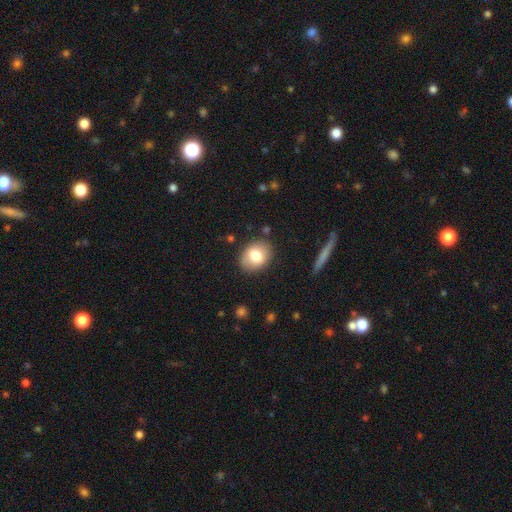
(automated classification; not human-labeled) The model was most divided on "how rounded": in between: 58%, round: 41%, cigar-shaped: 1%. More confident: merging — none (85%); smooth or featured — smooth (76%).